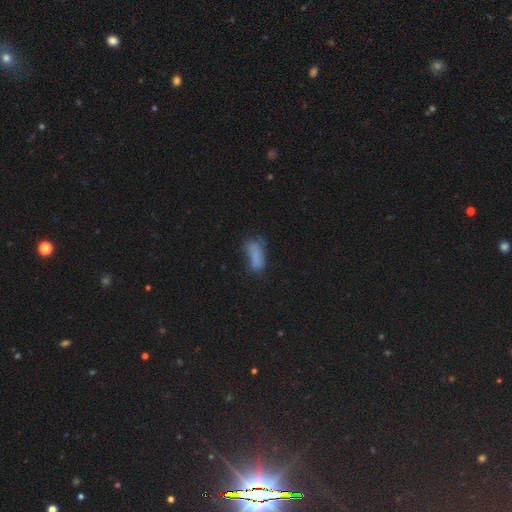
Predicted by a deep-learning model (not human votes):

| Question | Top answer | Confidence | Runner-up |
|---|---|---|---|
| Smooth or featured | smooth | 71% | featured or disk (16%) |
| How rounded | in between | 75% | cigar-shaped (21%) |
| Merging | none | 42% | minor disturbance (28%) |